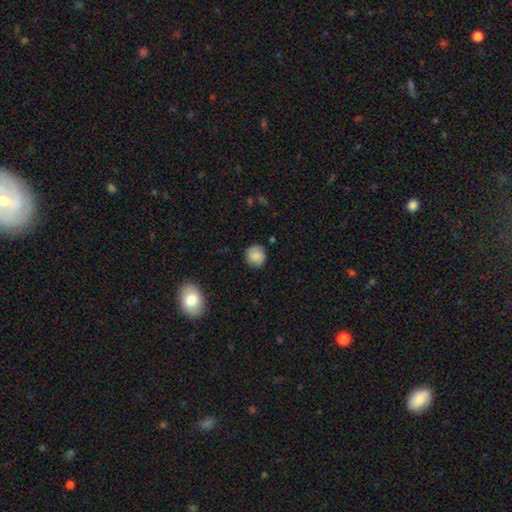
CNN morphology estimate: A smooth galaxy with no disk features (73%) that is round (88%). Merging: none (82%).